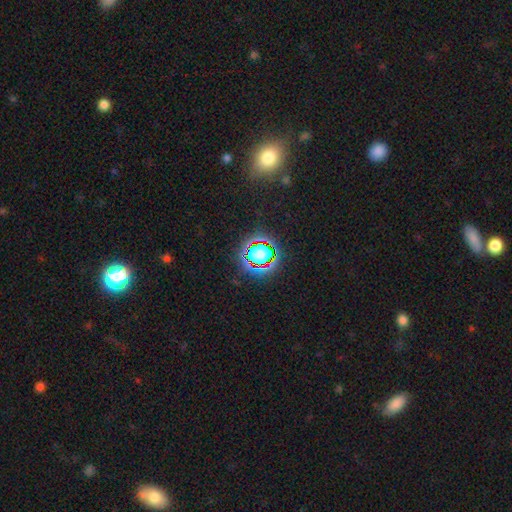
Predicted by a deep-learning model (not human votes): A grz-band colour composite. It shows a star or artifact, not a galaxy (64%).